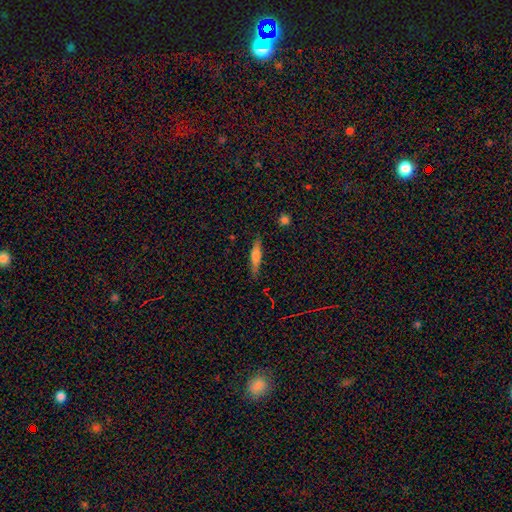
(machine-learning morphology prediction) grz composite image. It shows a smooth galaxy with no disk features (57%) that is cigar-shaped (79%). Merging: none (83%).